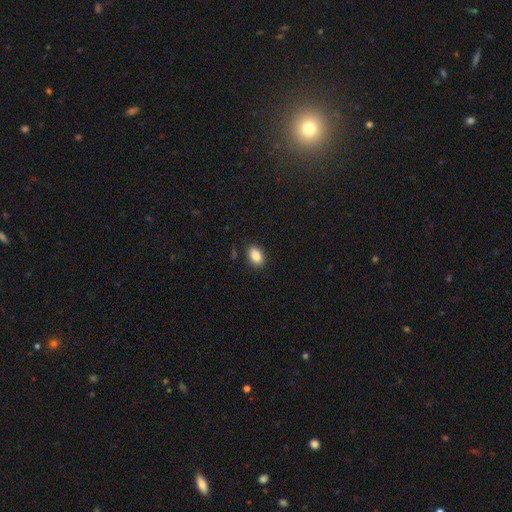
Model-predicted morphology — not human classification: The model was most divided on "how rounded": in between: 86%, round: 13%, cigar-shaped: 1%. More confident: merging — none (88%); smooth or featured — smooth (87%).